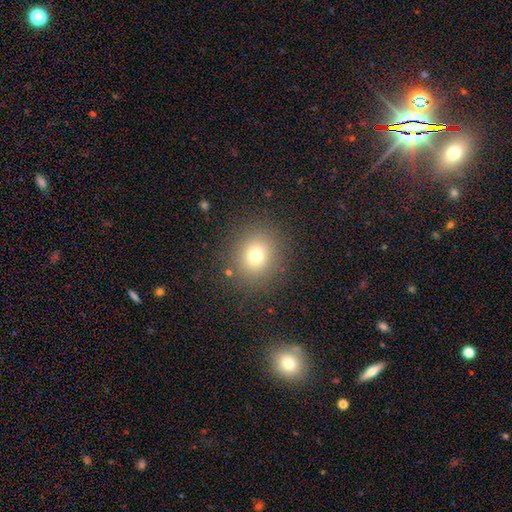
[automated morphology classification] Q: Smooth or featured?
A: smooth (74%); runner-up: star or artifact (16%)
Q: How rounded?
A: round (79%); runner-up: in between (20%)
Q: Merging?
A: none (87%); runner-up: minor disturbance (8%)